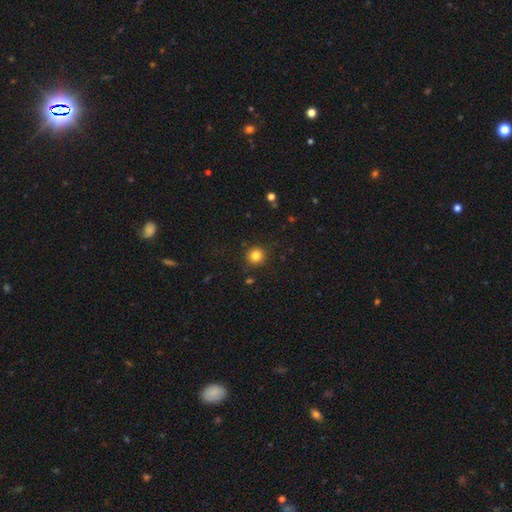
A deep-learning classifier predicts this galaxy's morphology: Q: Smooth or featured?
A: smooth (82%); runner-up: star or artifact (12%)
Q: How rounded?
A: round (93%); runner-up: in between (6%)
Q: Merging?
A: none (89%); runner-up: minor disturbance (7%)